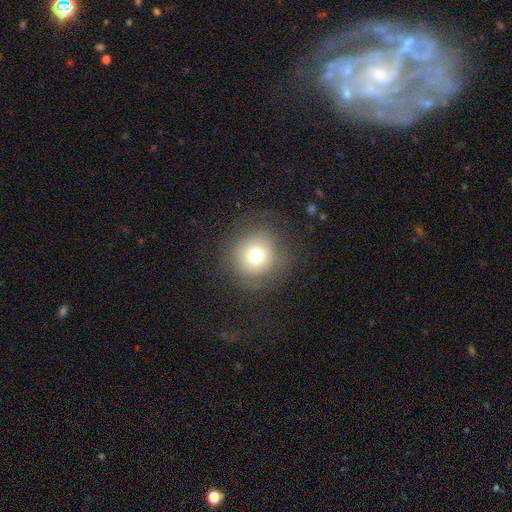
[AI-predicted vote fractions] smooth_or_featured: smooth (p=0.71) [alt: featured or disk p=0.15]
how_rounded: round (p=0.93) [alt: in between p=0.06]
merging: none (p=0.78) [alt: minor disturbance p=0.12]